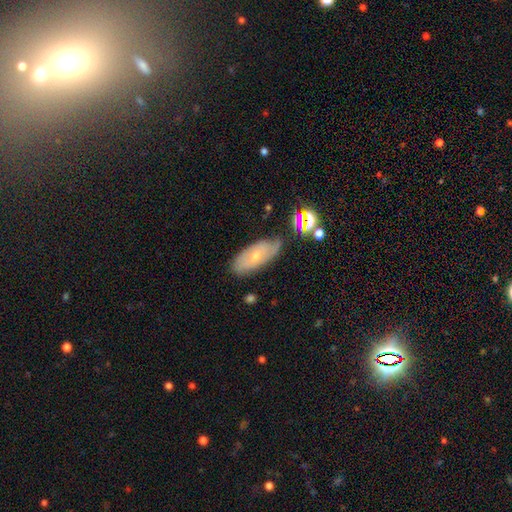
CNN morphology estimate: This appears to be a featured or disk galaxy (49%). Merging: none (66%).